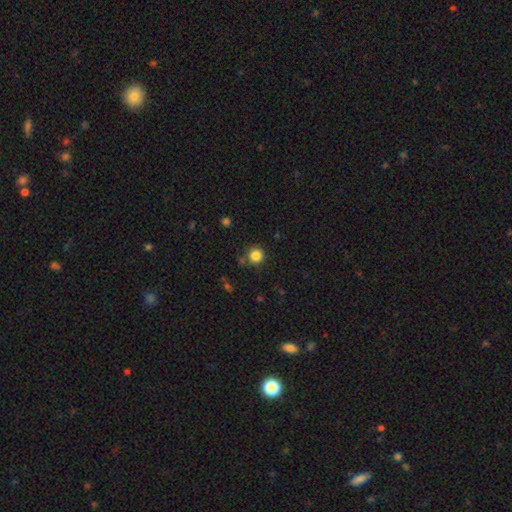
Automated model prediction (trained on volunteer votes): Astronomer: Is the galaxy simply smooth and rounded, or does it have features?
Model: smooth — 84%.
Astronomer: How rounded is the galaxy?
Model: round — 94%.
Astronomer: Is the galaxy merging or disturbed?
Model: none — 85%.